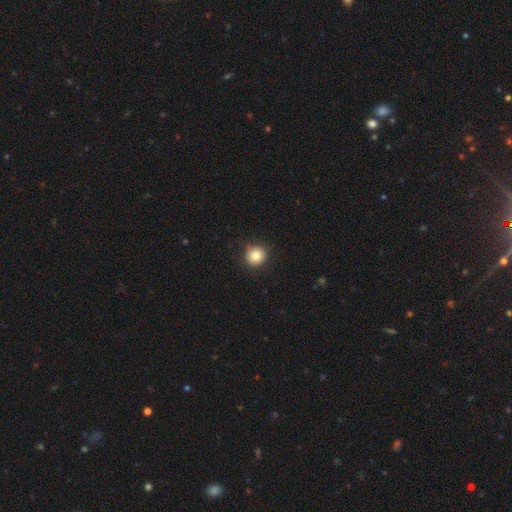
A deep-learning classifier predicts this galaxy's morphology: smooth 81%, star or artifact 11%, featured or disk 8%. Down the decision tree: how rounded — round (93%); merging — none (86%).